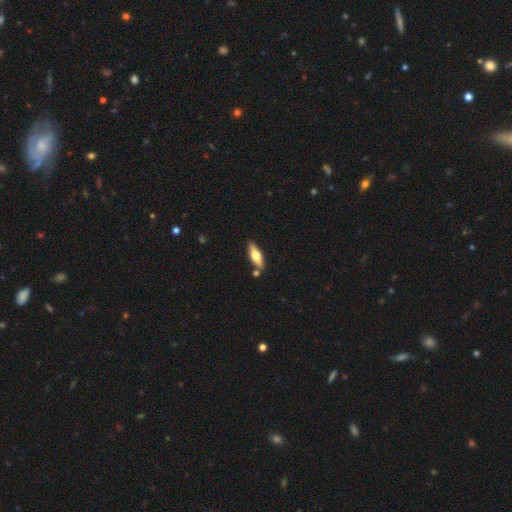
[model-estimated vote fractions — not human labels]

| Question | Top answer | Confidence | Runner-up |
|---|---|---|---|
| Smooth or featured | smooth | 50% | featured or disk (45%) |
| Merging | none | 80% | minor disturbance (11%) |